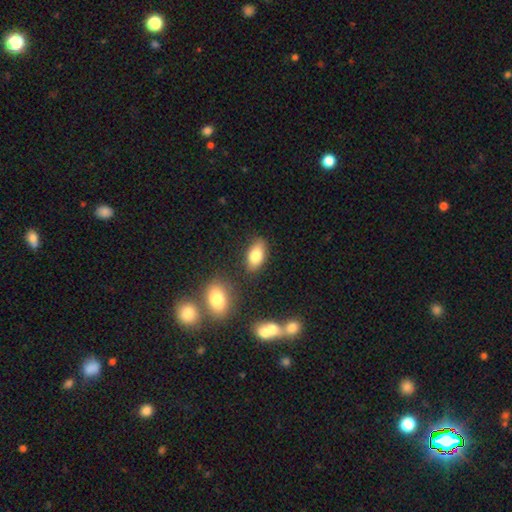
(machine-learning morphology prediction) type=smooth (80%); roundness=in between (90%); merging=none (83%).